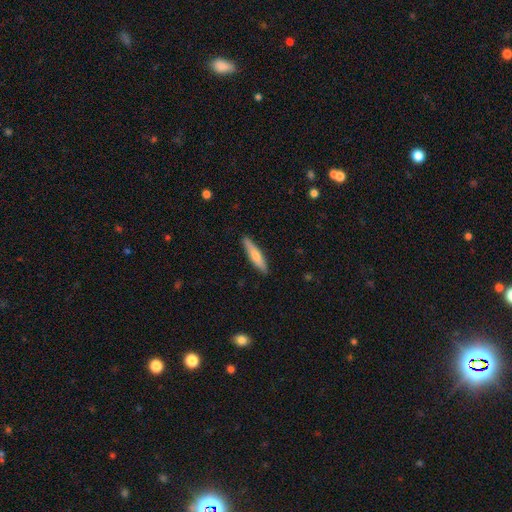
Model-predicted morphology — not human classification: Smooth or featured? Predicted: smooth (p=0.68). How rounded? Predicted: cigar-shaped (p=0.83). Merging? Predicted: none (p=0.88).